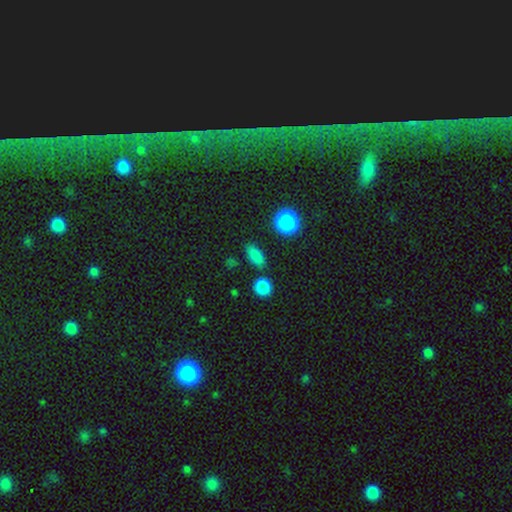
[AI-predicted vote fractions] The model was most divided on "how rounded": in between: 70%, round: 18%, cigar-shaped: 12%. More confident: smooth or featured — smooth (82%); merging — none (82%).